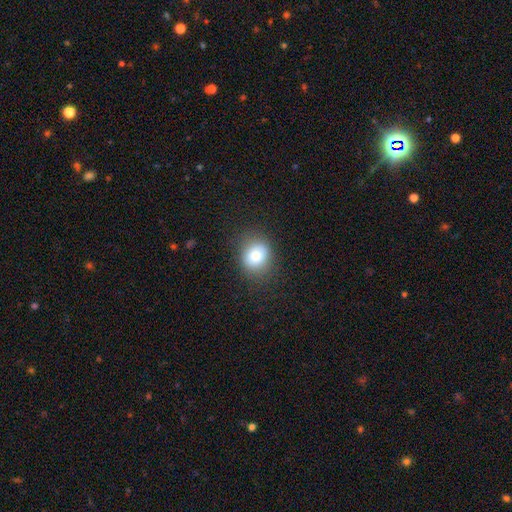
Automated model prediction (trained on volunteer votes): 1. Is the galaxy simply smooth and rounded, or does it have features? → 76% smooth, 12% featured or disk, 12% star or artifact.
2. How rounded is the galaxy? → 71% round, 28% in between, 1% cigar-shaped.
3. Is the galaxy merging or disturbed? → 83% none, 11% minor disturbance, 5% major disturbance, 1% merger.